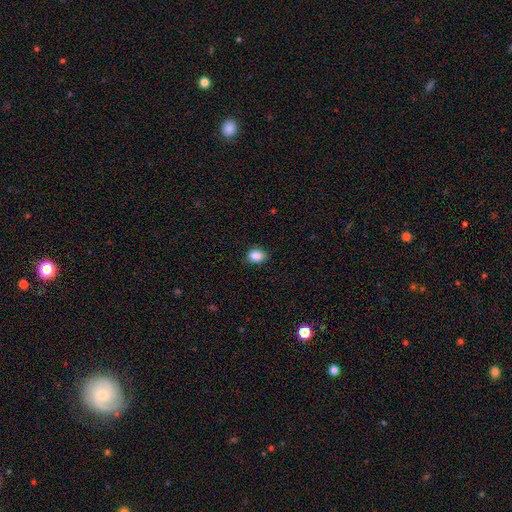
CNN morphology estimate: Smooth or featured? Predicted: smooth (p=0.87). How rounded? Predicted: in between (p=0.67). Merging? Predicted: none (p=0.80).